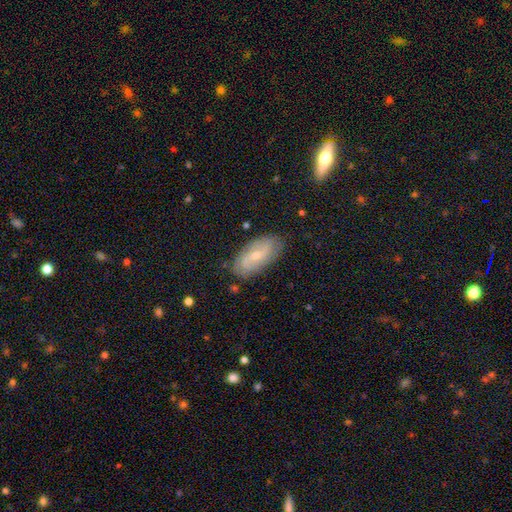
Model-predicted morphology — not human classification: smooth_or_featured: featured or disk (p=0.63) [alt: smooth p=0.30]
disk_edge_on: no (p=0.91) [alt: yes p=0.09]
bar: weak (p=0.47) [alt: no p=0.40]
has_spiral_arms: yes (p=0.86) [alt: no p=0.14]
bulge_size: small (p=0.62) [alt: moderate p=0.34]
merging: none (p=0.80) [alt: minor disturbance p=0.15]